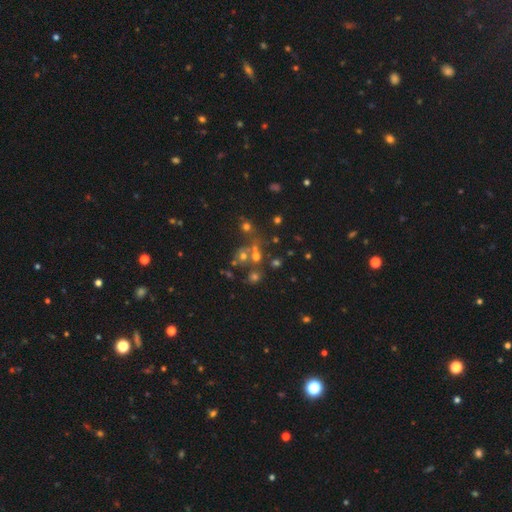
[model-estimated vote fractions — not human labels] Q: Smooth or featured?
A: smooth (41%); runner-up: star or artifact (40%)
Q: Merging?
A: none (53%); runner-up: merger (32%)